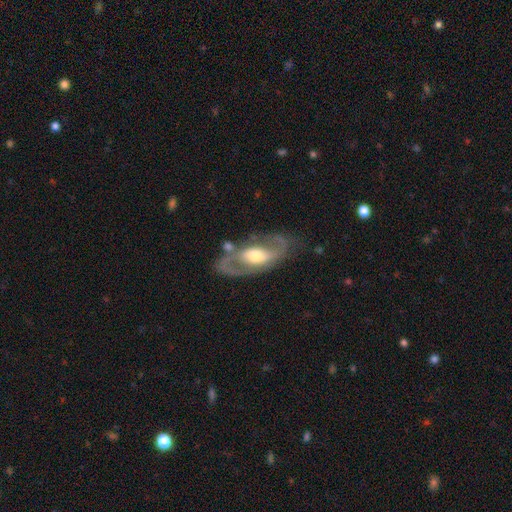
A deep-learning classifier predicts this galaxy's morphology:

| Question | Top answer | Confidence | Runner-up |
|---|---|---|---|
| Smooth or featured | featured or disk | 82% | smooth (13%) |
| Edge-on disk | no | 94% | yes (6%) |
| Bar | no | 44% | weak (36%) |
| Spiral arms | yes | 84% | no (16%) |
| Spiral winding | medium | 50% | loose (29%) |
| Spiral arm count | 2 | 83% | can't tell (7%) |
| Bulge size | moderate | 64% | small (20%) |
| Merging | none | 65% | minor disturbance (18%) |